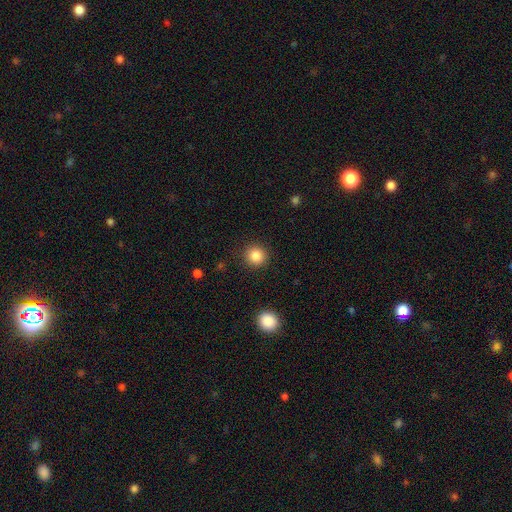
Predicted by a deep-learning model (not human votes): Smooth or featured? Predicted: smooth (p=0.86). How rounded? Predicted: round (p=0.92). Merging? Predicted: none (p=0.90).